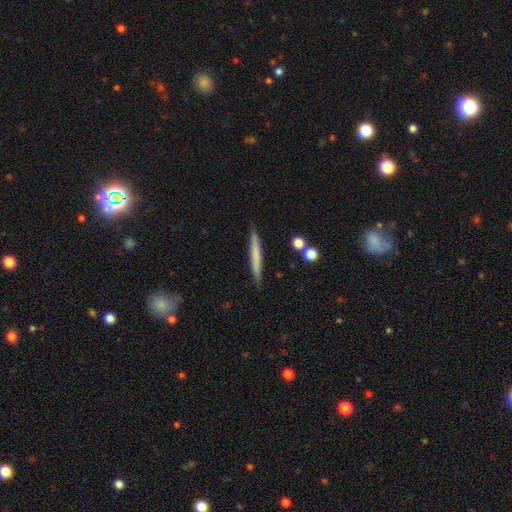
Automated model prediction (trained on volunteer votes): This is likely a smooth galaxy (64%). How rounded: clearly cigar-shaped (96%). Merging: clearly none (88%).